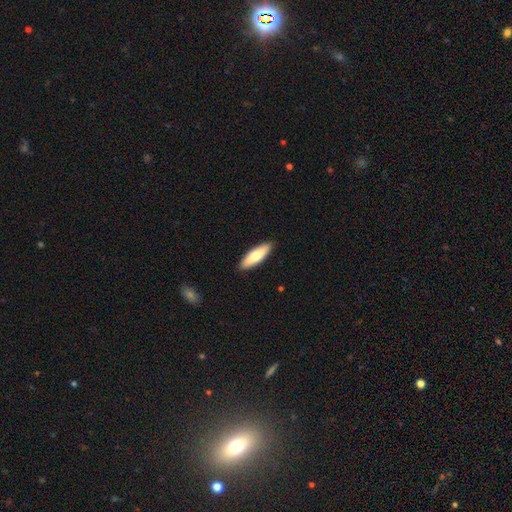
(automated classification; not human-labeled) A smooth galaxy with no disk features (73%) that is in between round and cigar-shaped (57%). Merging: none (90%).